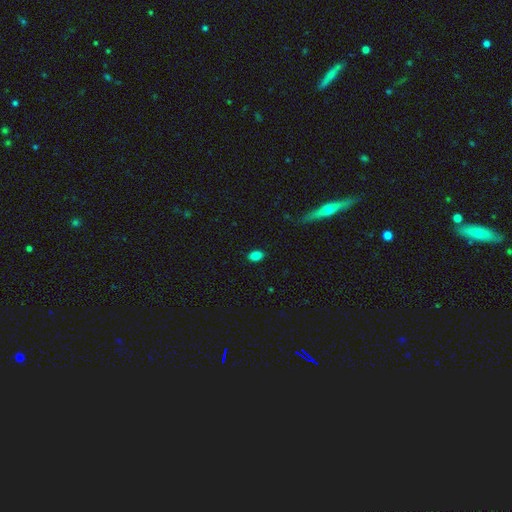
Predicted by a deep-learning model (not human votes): A smooth galaxy with no disk features (86%) that is in between round and cigar-shaped (84%).

Vote fractions:
- Smooth or featured? smooth: 86% / star or artifact: 10% / featured or disk: 5%
- How rounded? in between: 84% / round: 14% / cigar-shaped: 1%
- Merging? none: 88% / minor disturbance: 8% / major disturbance: 2% / merger: 1%